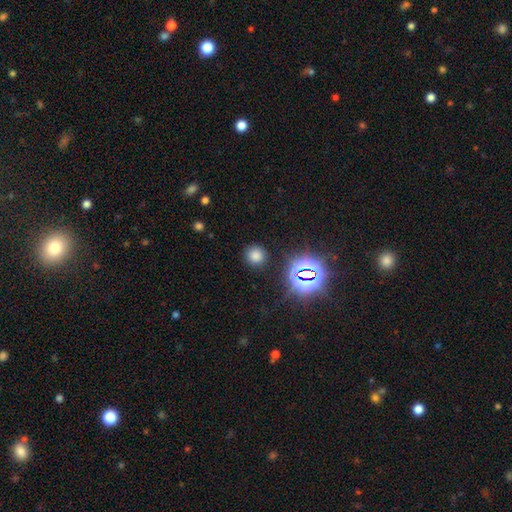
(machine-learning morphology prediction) This appears to be a smooth galaxy with no disk features (71%) that is round (92%). Merging: none (88%).